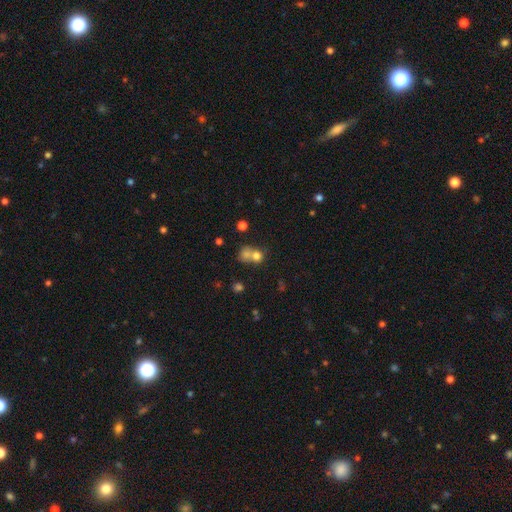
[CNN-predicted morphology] Overall: smooth (72%). How rounded: round (73%). Merging: merger (54%; none 33%).